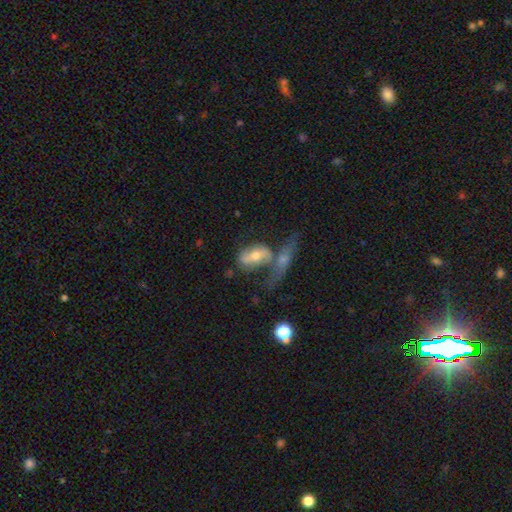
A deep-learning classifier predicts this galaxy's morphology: featured or disk 53%, smooth 39%, star or artifact 9%. Down the decision tree: edge-on disk — no (85%); merging — merger (49%).